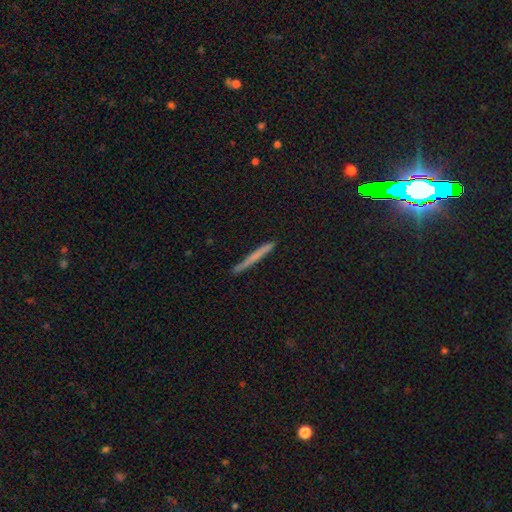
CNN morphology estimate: This appears to be a smooth galaxy with no disk features (60%) that is cigar-shaped (97%). Merging: none (89%).